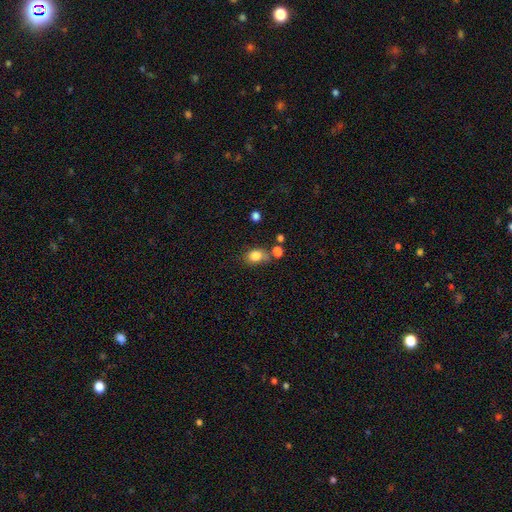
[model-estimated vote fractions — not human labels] This appears to be a smooth galaxy with no disk features (82%) that is in between round and cigar-shaped (56%). Merging: none (58%).